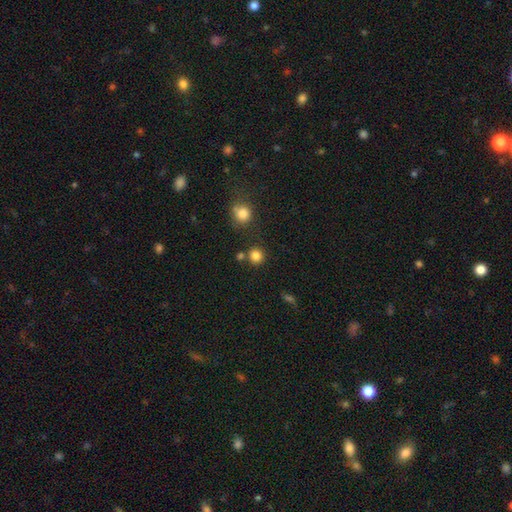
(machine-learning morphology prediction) A smooth galaxy with no disk features (83%) that is round (91%).

Vote fractions:
- Smooth or featured? smooth: 83% / star or artifact: 13% / featured or disk: 4%
- How rounded? round: 91% / in between: 8% / cigar-shaped: 1%
- Merging? none: 78% / merger: 11% / minor disturbance: 8% / major disturbance: 3%